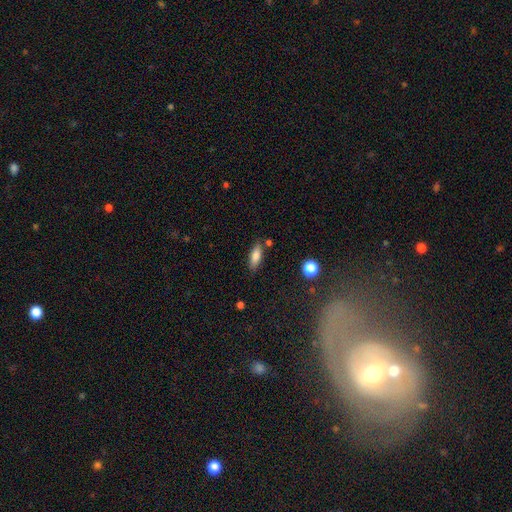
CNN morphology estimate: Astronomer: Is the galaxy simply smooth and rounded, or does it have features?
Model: smooth — 80%.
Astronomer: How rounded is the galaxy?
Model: in between — 68%.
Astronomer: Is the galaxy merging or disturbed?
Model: none — 79%.